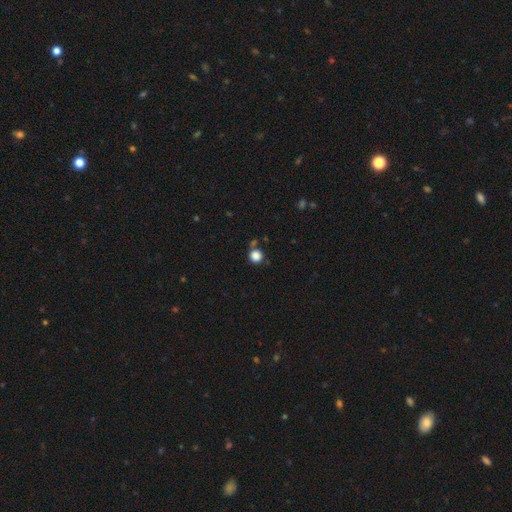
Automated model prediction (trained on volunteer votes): Smooth or featured? Predicted: smooth (p=0.85). How rounded? Predicted: round (p=0.93). Merging? Predicted: none (p=0.75).